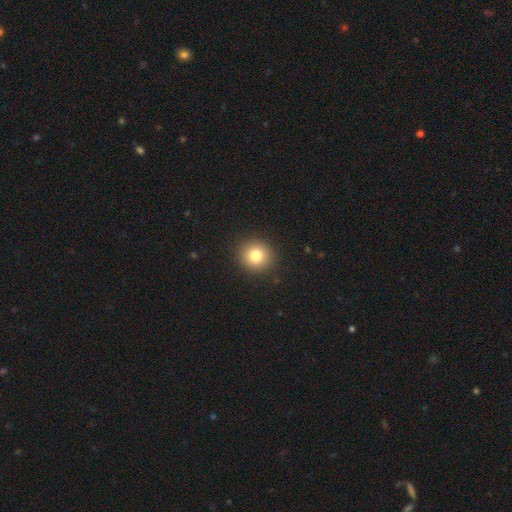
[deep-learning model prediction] Overall: smooth (80%). How rounded: round (90%). Merging: none (91%).